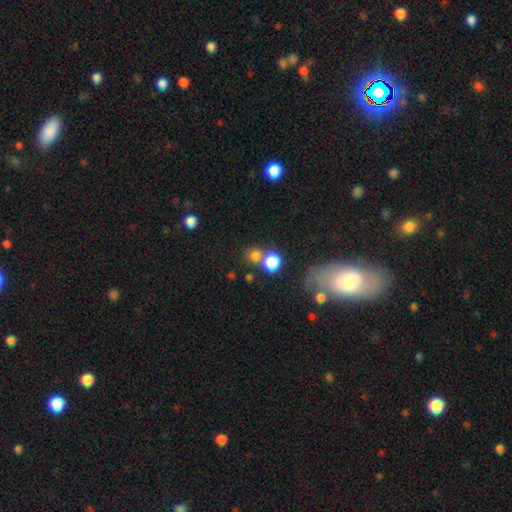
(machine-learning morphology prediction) This is likely a smooth galaxy (75%). How rounded: clearly round (87%). Merging: likely none (60%).